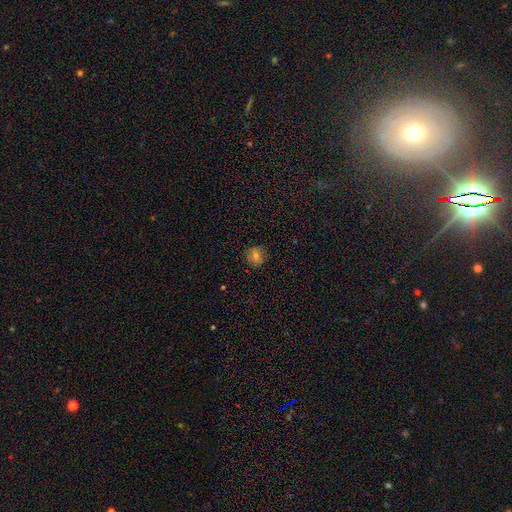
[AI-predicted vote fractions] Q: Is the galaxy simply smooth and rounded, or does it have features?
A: smooth — 69%.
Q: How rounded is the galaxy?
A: round — 85%.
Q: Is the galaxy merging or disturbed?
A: none — 86%.